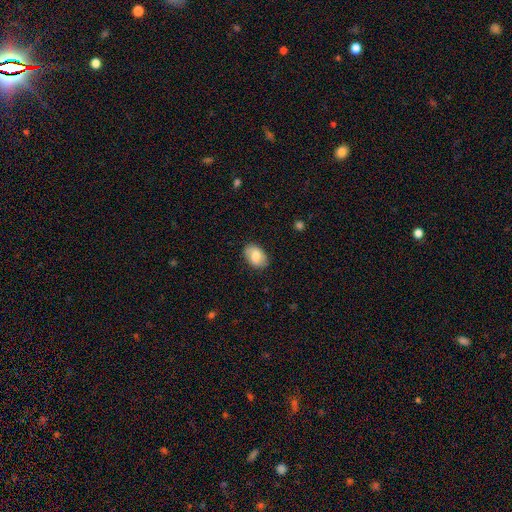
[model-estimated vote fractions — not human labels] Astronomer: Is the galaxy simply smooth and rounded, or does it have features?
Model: smooth — 67%.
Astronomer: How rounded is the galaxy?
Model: in between — 85%.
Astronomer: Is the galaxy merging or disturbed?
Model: none — 81%.